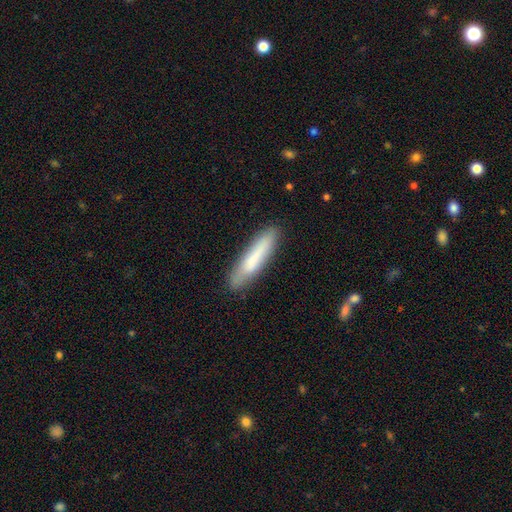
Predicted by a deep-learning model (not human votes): smooth-or-featured: smooth: 73% | featured or disk: 21% | star or artifact: 6%
  how-rounded: cigar-shaped: 86% | in between: 13% | round: 1%
  merging: none: 82% | minor disturbance: 13% | major disturbance: 3% | merger: 2%